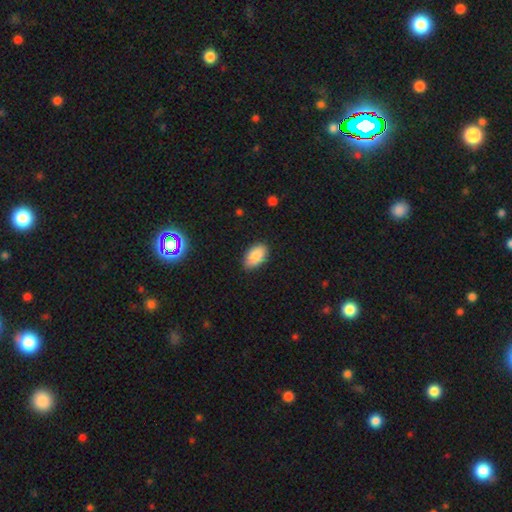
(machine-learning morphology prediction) Smooth or featured: smooth — 87% (star or artifact — 7%)
How rounded: in between — 93% (round — 5%)
Merging: none — 82% (minor disturbance — 14%)